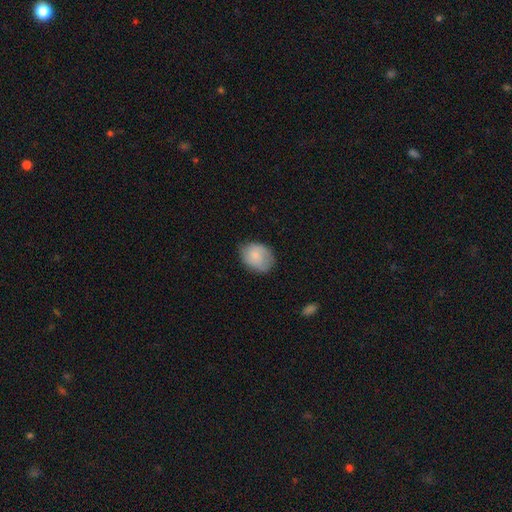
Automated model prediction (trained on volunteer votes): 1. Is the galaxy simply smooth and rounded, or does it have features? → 71% smooth, 22% featured or disk, 7% star or artifact.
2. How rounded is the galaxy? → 60% in between, 39% round, 1% cigar-shaped.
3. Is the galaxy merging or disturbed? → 71% none, 23% minor disturbance, 6% major disturbance, 1% merger.